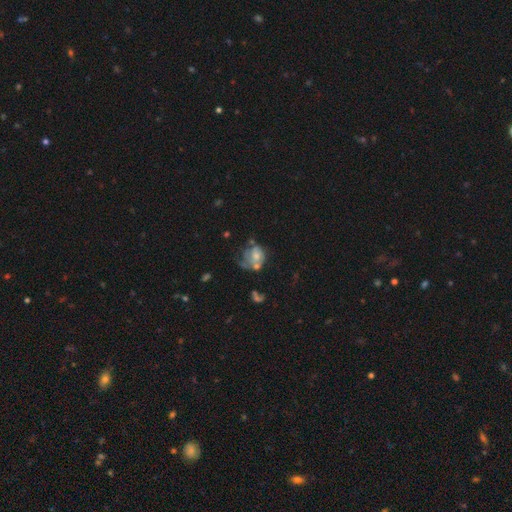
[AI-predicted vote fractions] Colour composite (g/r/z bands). It shows a featured or disk galaxy (50%). Merging: major disturbance (32%).